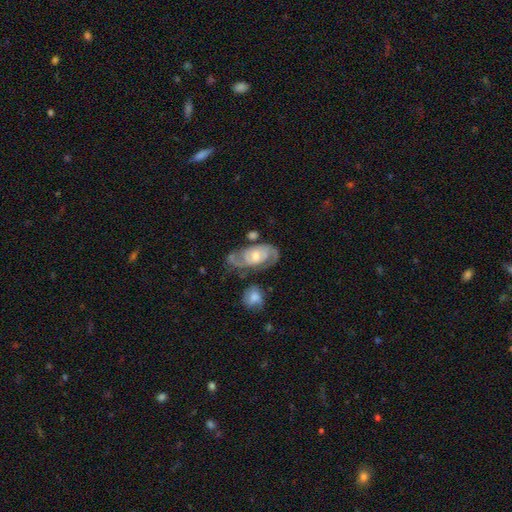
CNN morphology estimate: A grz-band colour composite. It shows a featured or disk galaxy (85%) with no bar (61%), 2 (85%) tight (49%) spiral arms (95%) and a moderate central bulge (59%). Merging: none (63%).